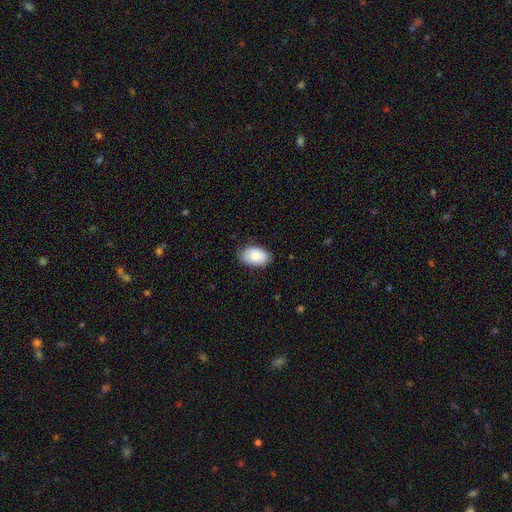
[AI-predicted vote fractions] smooth-or-featured: smooth: 87% | featured or disk: 7% | star or artifact: 6%
  how-rounded: in between: 91% | round: 7% | cigar-shaped: 1%
  merging: none: 82% | minor disturbance: 15% | major disturbance: 3% | merger: 1%